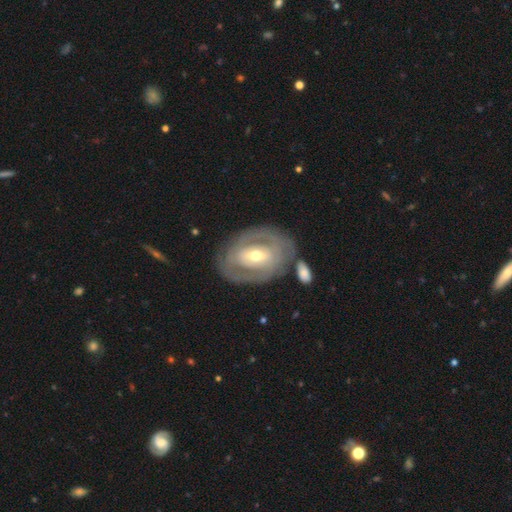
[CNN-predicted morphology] This appears to be a featured or disk galaxy (76%) with a weak bar (38%), spiral arms (63%) and a moderate central bulge (60%). Merging: none (71%).